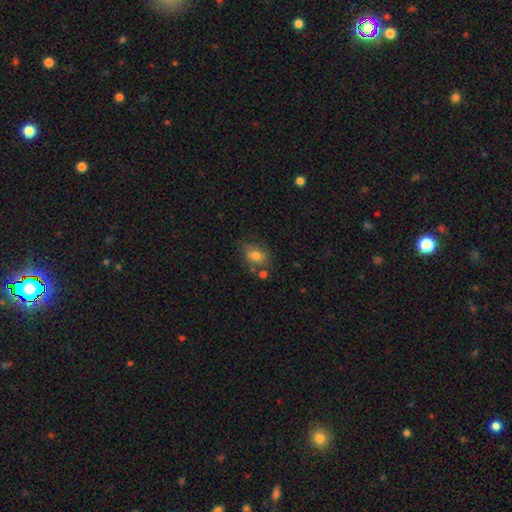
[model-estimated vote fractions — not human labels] Overall: smooth (74%). How rounded: in between (78%). Merging: none (59%; minor disturbance 22%).